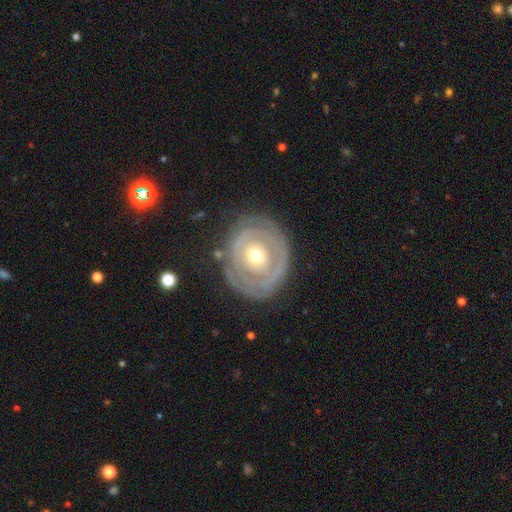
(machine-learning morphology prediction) smooth-or-featured: featured or disk: 70% | smooth: 24% | star or artifact: 5%
  disk-edge-on: no: 96% | yes: 4%
    bar: no: 84% | weak: 12% | strong: 5%
    has-spiral-arms: no: 50% (tied) | yes: 50% (tied)
    bulge-size: moderate: 65% | small: 28% | large: 5% | dominant: 1% | none: 1%
  merging: none: 72% | minor disturbance: 17% | major disturbance: 8% | merger: 2%